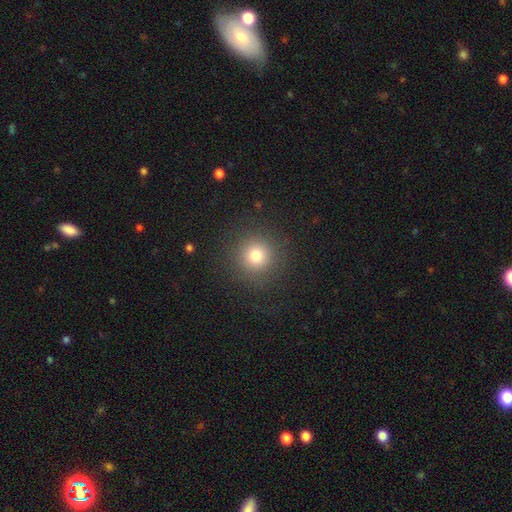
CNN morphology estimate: Q: Smooth or featured?
A: smooth (77%); runner-up: star or artifact (15%)
Q: How rounded?
A: round (95%); runner-up: in between (5%)
Q: Merging?
A: none (89%); runner-up: minor disturbance (6%)